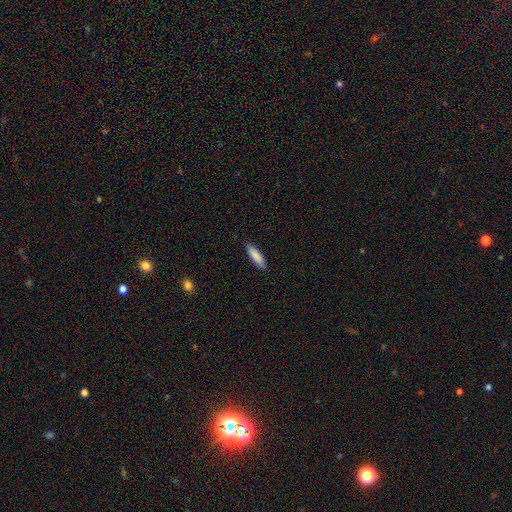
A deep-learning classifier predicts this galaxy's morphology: Smooth or featured?
  - smooth: 87% *
  - featured or disk: 7%
  - star or artifact: 6%
How rounded?
  - cigar-shaped: 70% *
  - in between: 29%
  - round: 1%
Merging?
  - none: 89% *
  - minor disturbance: 9%
  - major disturbance: 2%
  - merger: 1%